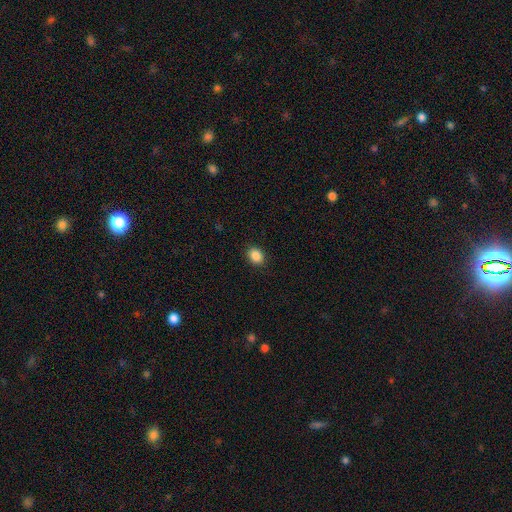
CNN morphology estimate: The model was most divided on "how rounded": in between: 55%, round: 44%, cigar-shaped: 1%. More confident: merging — none (90%); smooth or featured — smooth (87%).